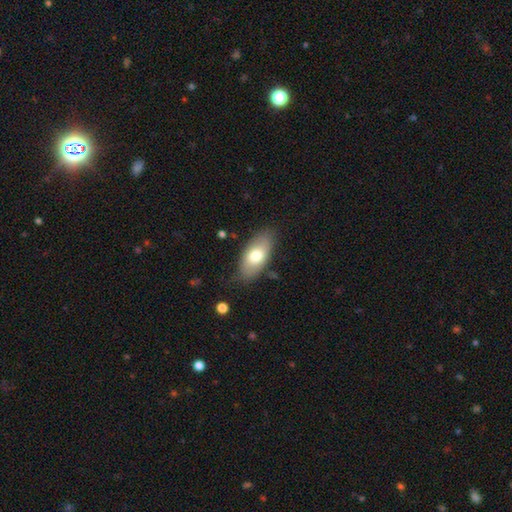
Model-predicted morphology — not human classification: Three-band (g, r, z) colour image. It shows a smooth galaxy with no disk features (71%) that is in between round and cigar-shaped (90%). Merging: none (75%).